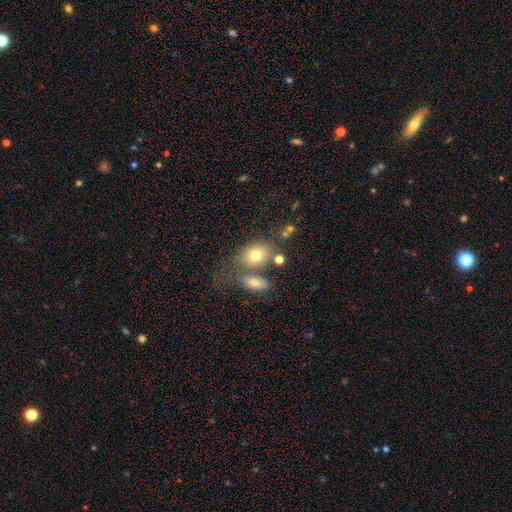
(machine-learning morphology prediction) smooth-or-featured: smooth: 74% | featured or disk: 16% | star or artifact: 10%
  how-rounded: in between: 68% | round: 30% | cigar-shaped: 2%
  merging: none: 47% | merger: 28% | minor disturbance: 15% | major disturbance: 10%